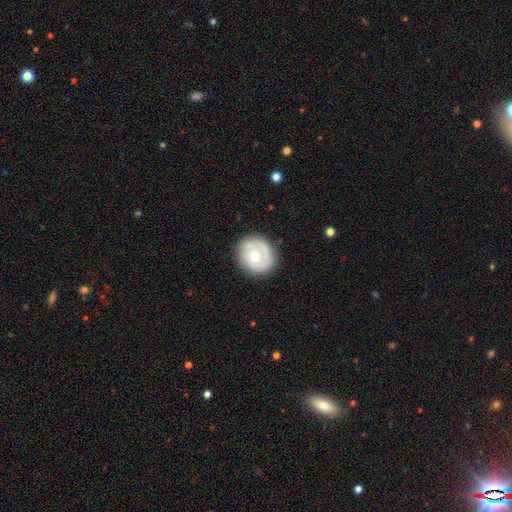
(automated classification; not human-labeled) Smooth or featured?
  - featured or disk: 51% *
  - smooth: 44%
  - star or artifact: 6%
Edge-on disk?
  - no: 97% *
  - yes: 3%
Merging?
  - none: 79% *
  - minor disturbance: 15%
  - major disturbance: 5%
  - merger: 1%